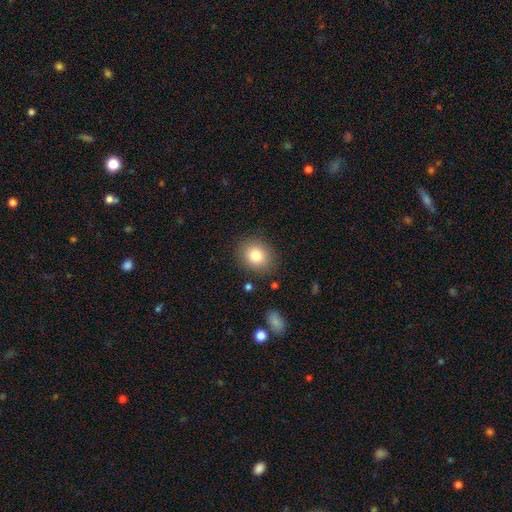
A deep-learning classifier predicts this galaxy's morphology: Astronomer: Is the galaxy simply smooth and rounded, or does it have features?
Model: smooth — 81%.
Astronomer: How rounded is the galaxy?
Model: round — 69%.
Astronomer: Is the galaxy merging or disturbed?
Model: none — 86%.